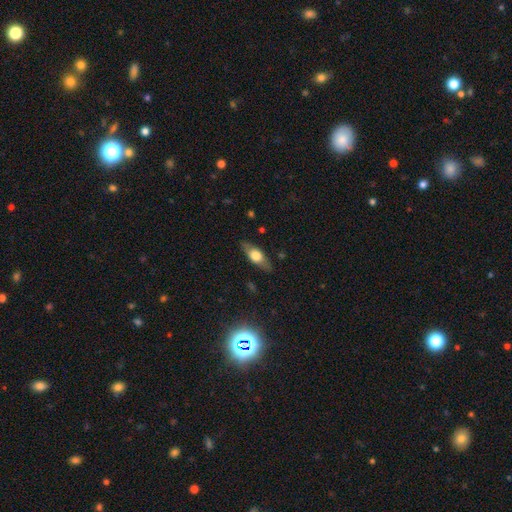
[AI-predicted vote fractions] smooth 55%, featured or disk 38%, star or artifact 7%. Down the decision tree: how rounded — in between (70%); merging — none (83%).